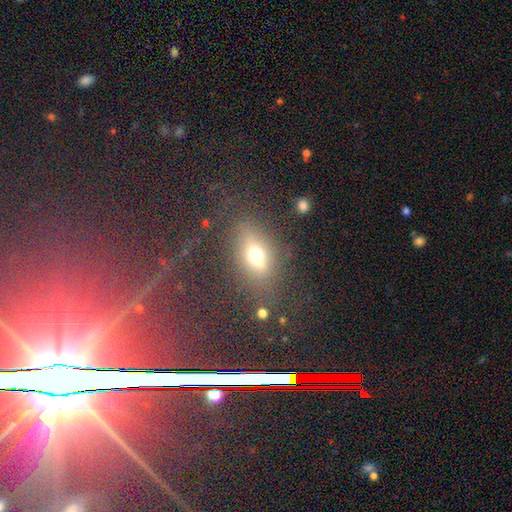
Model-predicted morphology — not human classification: Smooth or featured?
  - smooth: 61% *
  - featured or disk: 21%
  - star or artifact: 18%
How rounded?
  - in between: 62% *
  - round: 32%
  - cigar-shaped: 5%
Merging?
  - none: 62% *
  - minor disturbance: 16%
  - major disturbance: 13%
  - merger: 9%